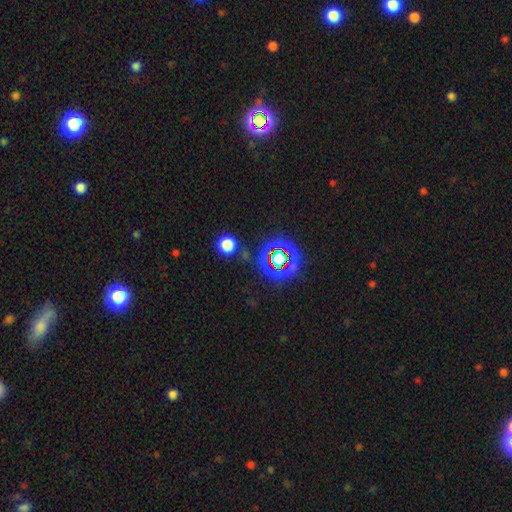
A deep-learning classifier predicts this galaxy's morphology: This appears to be a star or artifact, not a galaxy (69%).